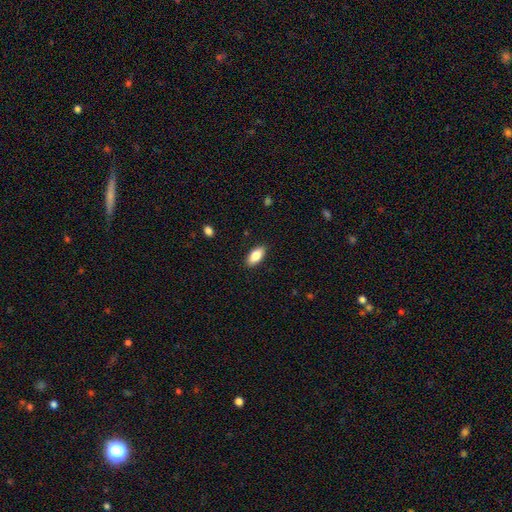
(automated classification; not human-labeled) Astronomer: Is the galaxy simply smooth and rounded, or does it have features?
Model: smooth — 84%.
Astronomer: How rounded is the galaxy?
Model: in between — 91%.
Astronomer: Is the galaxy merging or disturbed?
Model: none — 88%.